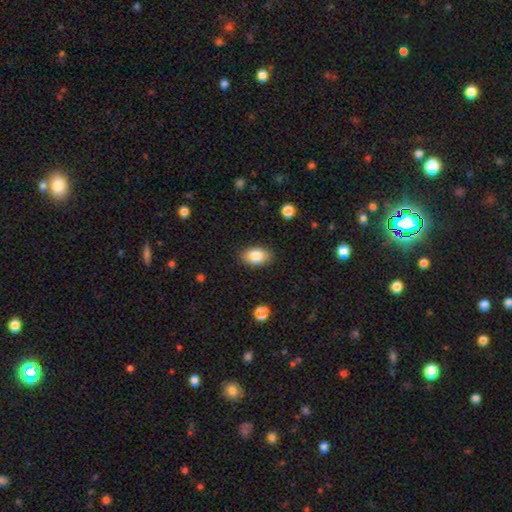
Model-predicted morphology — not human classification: This appears to be a smooth galaxy with no disk features (85%) that is in between round and cigar-shaped (89%). Merging: none (85%).